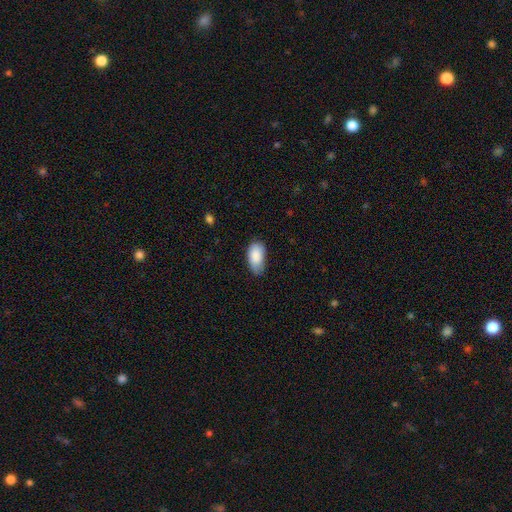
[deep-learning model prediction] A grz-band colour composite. It shows a smooth galaxy with no disk features (88%) that is in between round and cigar-shaped (95%). Merging: none (63%).